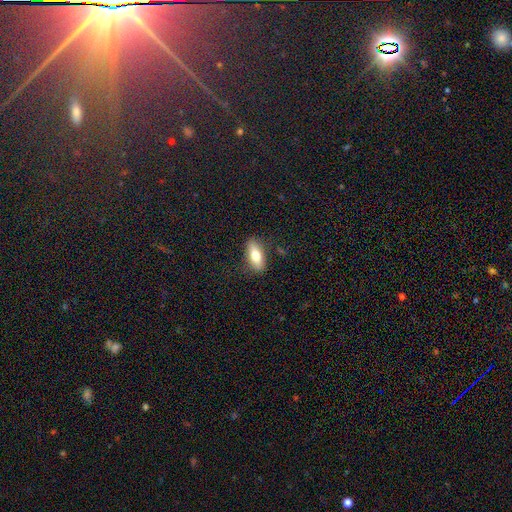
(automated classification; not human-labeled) Q: Smooth or featured?
A: smooth (72%); runner-up: featured or disk (21%)
Q: How rounded?
A: in between (76%); runner-up: cigar-shaped (21%)
Q: Merging?
A: none (84%); runner-up: minor disturbance (11%)